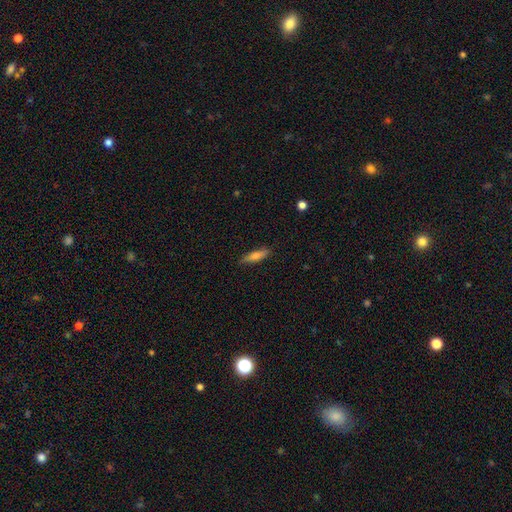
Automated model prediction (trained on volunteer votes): A smooth galaxy with no disk features (73%) that is cigar-shaped (71%).

Vote fractions:
- Smooth or featured? smooth: 73% / featured or disk: 20% / star or artifact: 7%
- How rounded? cigar-shaped: 71% / in between: 28% / round: 2%
- Merging? none: 85% / minor disturbance: 12% / major disturbance: 2% / merger: 1%